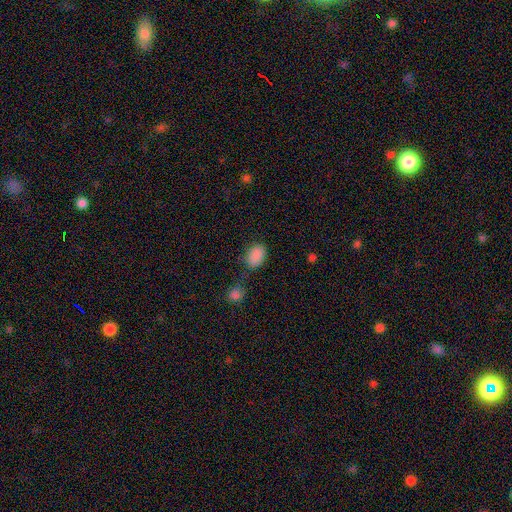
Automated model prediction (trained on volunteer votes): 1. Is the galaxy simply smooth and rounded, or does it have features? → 86% smooth, 10% star or artifact, 4% featured or disk.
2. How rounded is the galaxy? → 84% in between, 14% round, 1% cigar-shaped.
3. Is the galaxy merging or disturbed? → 66% none, 20% minor disturbance, 8% merger, 6% major disturbance.